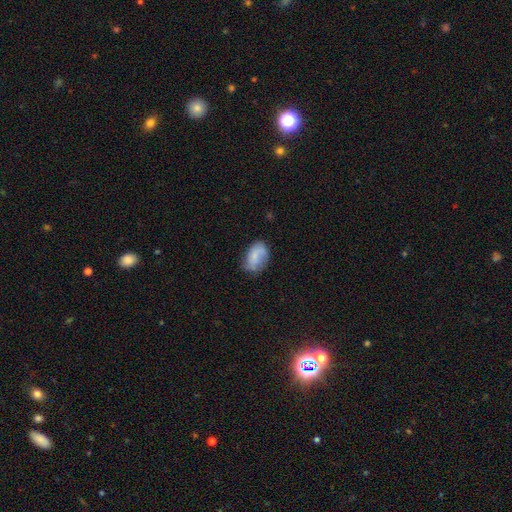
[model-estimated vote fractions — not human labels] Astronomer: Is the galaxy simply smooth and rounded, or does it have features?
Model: smooth — 66%.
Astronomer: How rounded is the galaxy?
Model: in between — 87%.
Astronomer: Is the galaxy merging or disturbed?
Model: none — 58%.